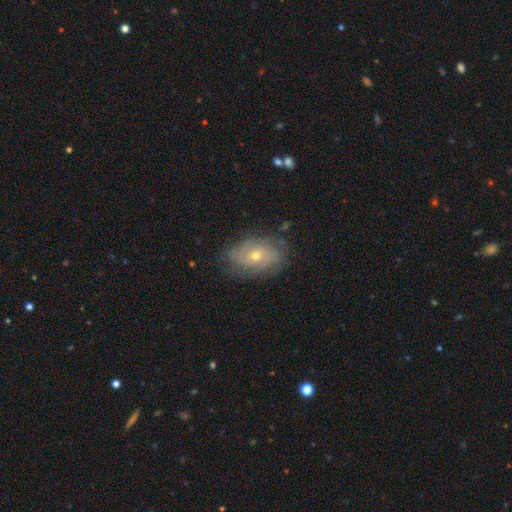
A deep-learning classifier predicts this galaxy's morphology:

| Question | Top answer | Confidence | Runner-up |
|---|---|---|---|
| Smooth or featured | featured or disk | 69% | smooth (23%) |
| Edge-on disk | no | 95% | yes (5%) |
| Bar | no | 82% | weak (15%) |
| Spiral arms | yes | 80% | no (20%) |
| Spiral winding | tight | 64% | medium (26%) |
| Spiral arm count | can't tell | 50% | 2 (23%) |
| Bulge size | moderate | 50% | small (47%) |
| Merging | none | 74% | minor disturbance (19%) |